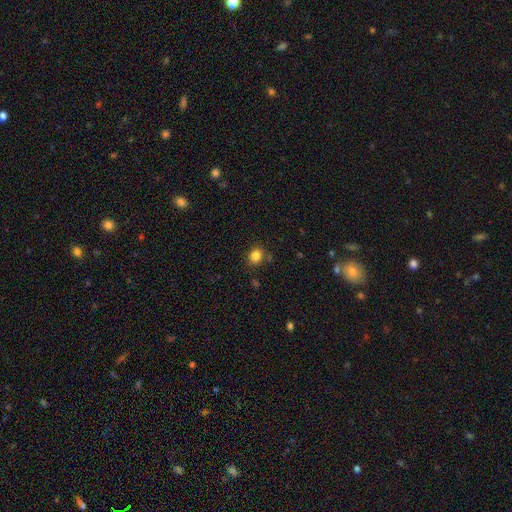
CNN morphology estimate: type=smooth (83%); roundness=round (71%); merging=none (83%).